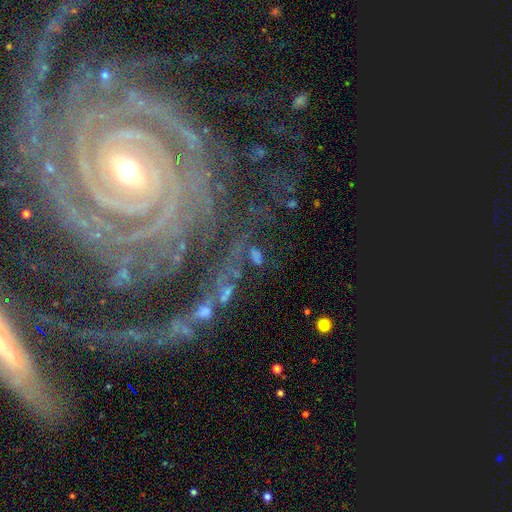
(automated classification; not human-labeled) Morphology: type=featured or disk (39%); merging=none (58%).